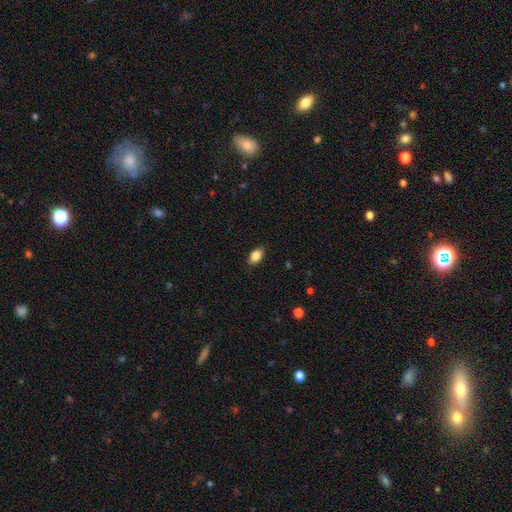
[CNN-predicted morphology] The model was most divided on "merging": none: 85%, minor disturbance: 12%, major disturbance: 2%, merger: 1%. More confident: how rounded — in between (88%); smooth or featured — smooth (85%).